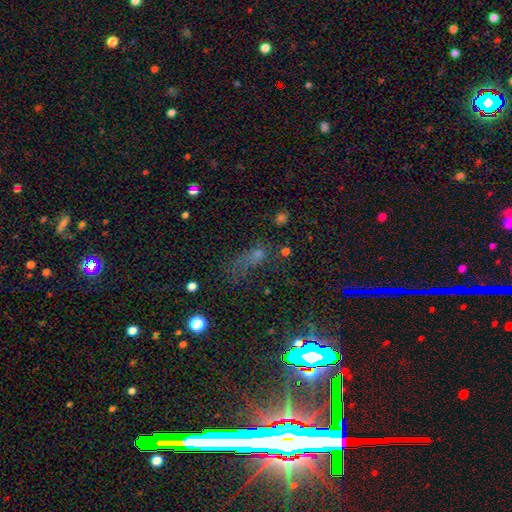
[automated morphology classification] Overall: smooth (42%; star or artifact 39%). Merging: none (38%; major disturbance 35%).